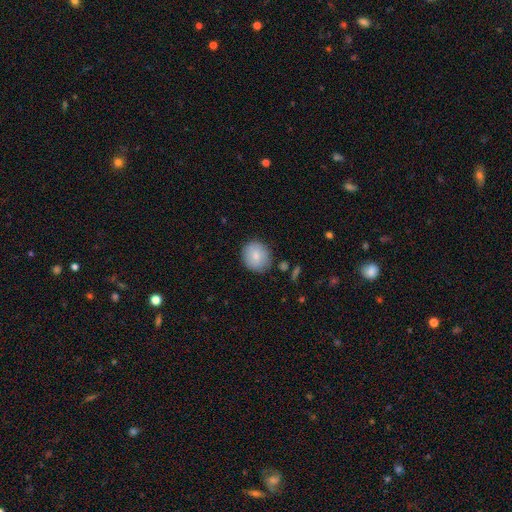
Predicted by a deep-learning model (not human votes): smooth 81%, featured or disk 12%, star or artifact 7%. Down the decision tree: how rounded — round (80%); merging — none (83%).